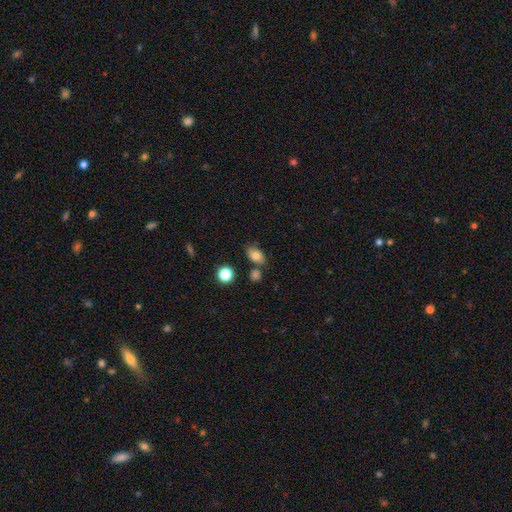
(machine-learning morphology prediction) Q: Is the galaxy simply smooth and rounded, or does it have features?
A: smooth — 81%.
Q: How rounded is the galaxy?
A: in between — 82%.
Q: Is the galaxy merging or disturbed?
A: none — 70%.